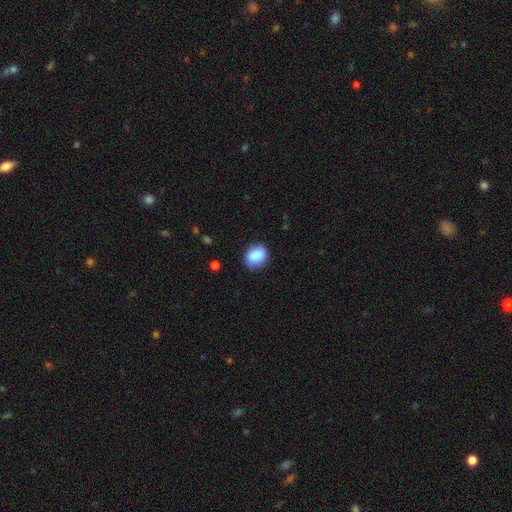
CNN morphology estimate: A smooth galaxy with no disk features (87%) that is in between round and cigar-shaped (60%). Merging: none (80%).